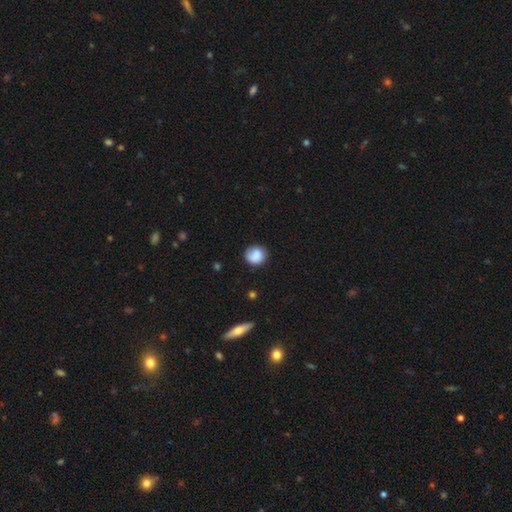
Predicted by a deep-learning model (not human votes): This appears to be a smooth galaxy with no disk features (84%) that is round (86%). Merging: none (77%).